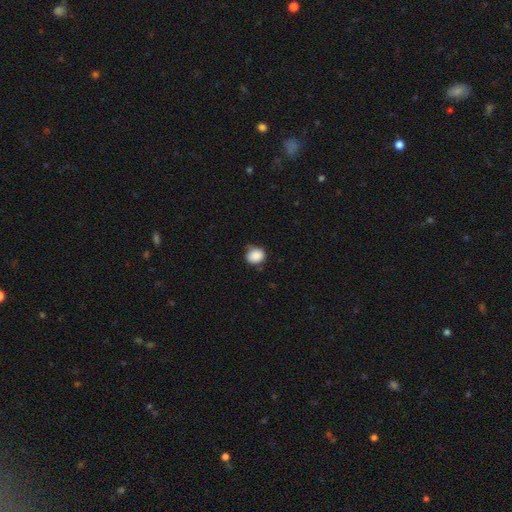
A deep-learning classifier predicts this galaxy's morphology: This is clearly a smooth galaxy (87%). How rounded: likely round (71%). Merging: likely none (66%).